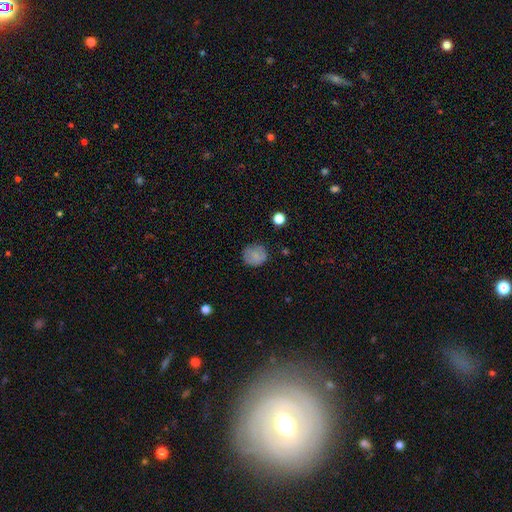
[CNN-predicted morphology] smooth-or-featured: smooth: 79% | featured or disk: 11% | star or artifact: 10%
  how-rounded: round: 85% | in between: 14% | cigar-shaped: 1%
  merging: none: 78% | minor disturbance: 16% | major disturbance: 5% | merger: 1%